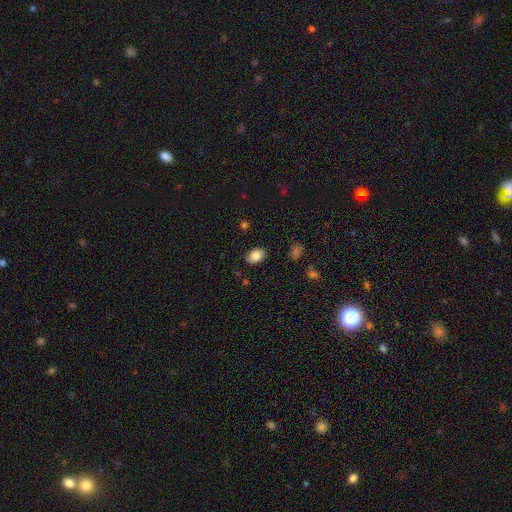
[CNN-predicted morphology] smooth-or-featured: smooth: 85% | star or artifact: 8% | featured or disk: 6%
  how-rounded: in between: 82% | round: 17% | cigar-shaped: 1%
  merging: none: 86% | minor disturbance: 10% | major disturbance: 2% | merger: 1%